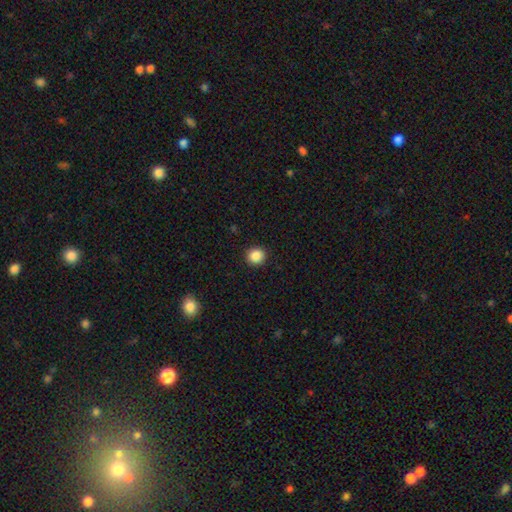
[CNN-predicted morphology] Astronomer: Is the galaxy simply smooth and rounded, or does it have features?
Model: smooth — 87%.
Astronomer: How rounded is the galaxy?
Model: round — 90%.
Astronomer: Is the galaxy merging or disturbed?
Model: none — 91%.